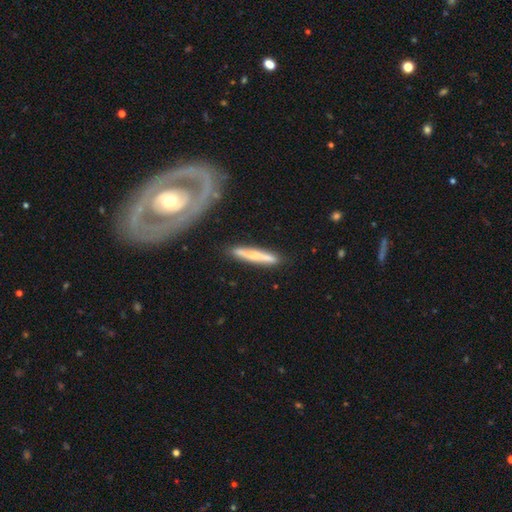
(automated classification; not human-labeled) Smooth or featured: smooth — 52% (featured or disk — 42%)
How rounded: cigar-shaped — 93% (in between — 6%)
Merging: none — 81% (minor disturbance — 11%)